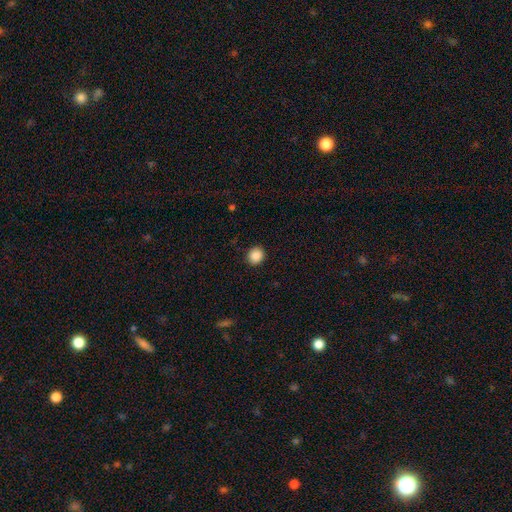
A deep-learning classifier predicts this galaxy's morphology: This appears to be a smooth galaxy with no disk features (88%) that is round (84%). Merging: none (91%).